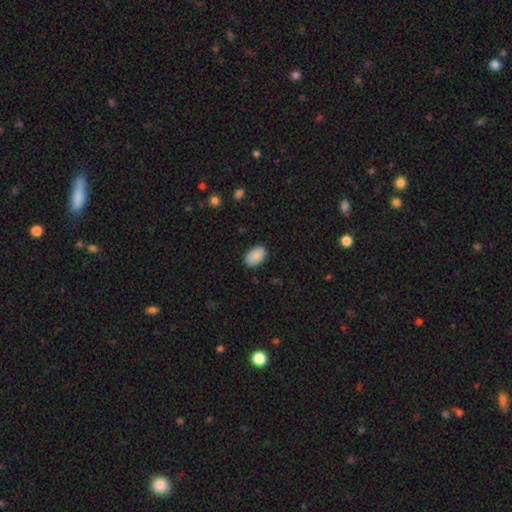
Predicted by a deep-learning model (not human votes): smooth 89%, star or artifact 6%, featured or disk 5%. Down the decision tree: how rounded — in between (91%); merging — none (87%).